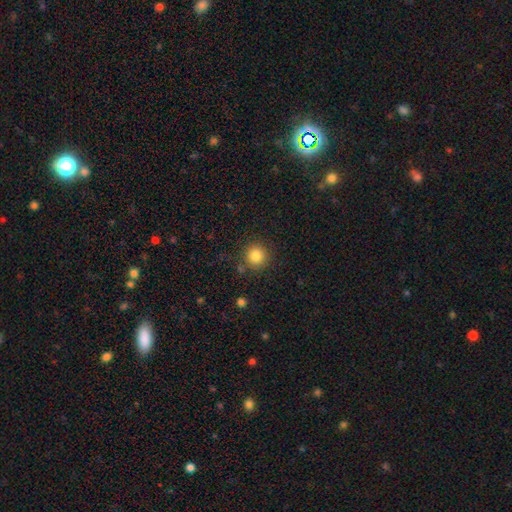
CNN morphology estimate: A smooth galaxy with no disk features (84%) that is round (94%).

Vote fractions:
- Smooth or featured? smooth: 84% / star or artifact: 11% / featured or disk: 5%
- How rounded? round: 94% / in between: 6% / cigar-shaped: 1%
- Merging? none: 85% / minor disturbance: 9% / merger: 3% / major disturbance: 3%